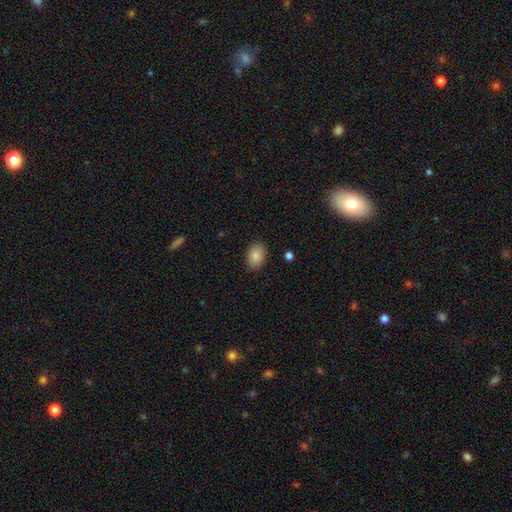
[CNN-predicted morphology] The model was most divided on "how rounded": in between: 82%, round: 17%, cigar-shaped: 1%. More confident: merging — none (87%); smooth or featured — smooth (86%).